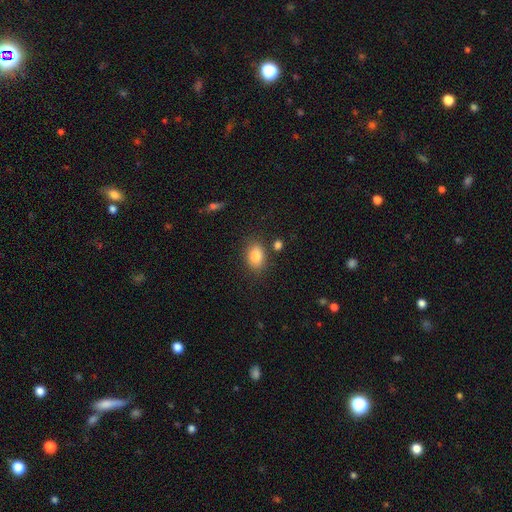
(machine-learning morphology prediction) Smooth or featured? smooth (85%)
How rounded? in between (78%)
Merging? none (79%)